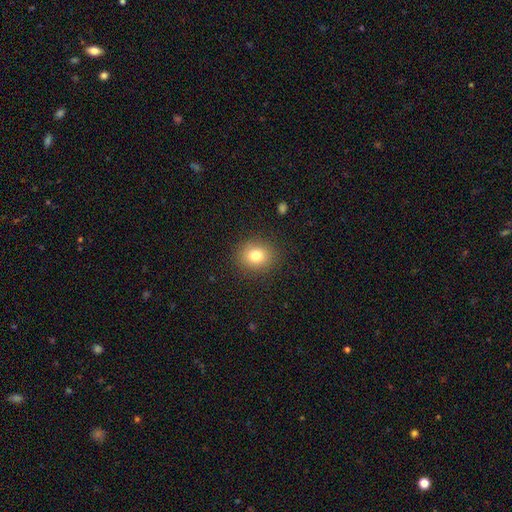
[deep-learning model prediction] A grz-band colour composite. It shows a smooth galaxy with no disk features (79%) that is round (70%). Merging: none (88%).